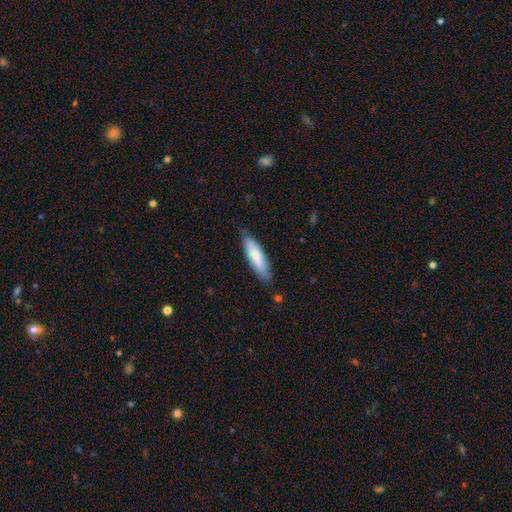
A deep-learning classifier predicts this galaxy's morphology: Smooth or featured? Predicted: smooth (p=0.74). How rounded? Predicted: cigar-shaped (p=0.64). Merging? Predicted: none (p=0.77).